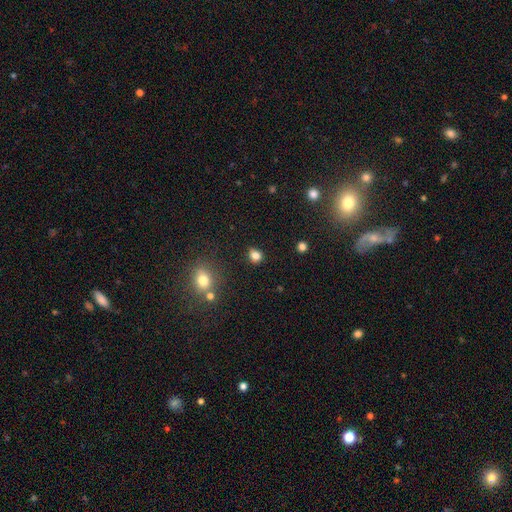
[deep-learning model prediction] Overall: smooth (81%). How rounded: round (63%; in between 36%). Merging: none (80%).